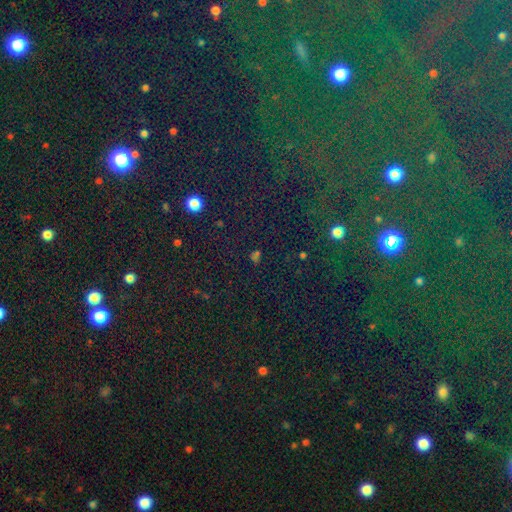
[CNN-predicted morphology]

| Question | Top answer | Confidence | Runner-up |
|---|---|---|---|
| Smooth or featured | star or artifact | 69% | smooth (23%) |